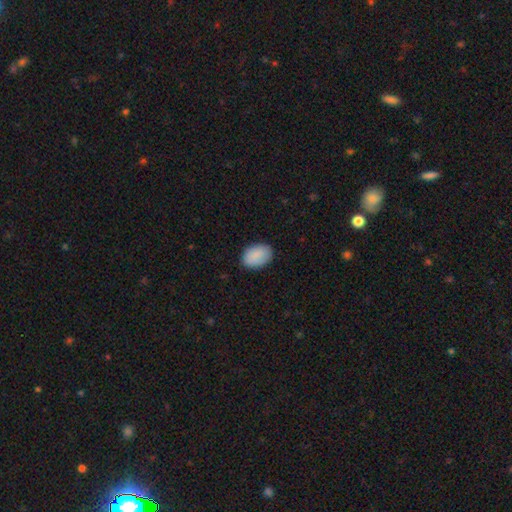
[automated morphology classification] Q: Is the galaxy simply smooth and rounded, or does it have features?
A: smooth — 89%.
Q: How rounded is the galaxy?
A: in between — 85%.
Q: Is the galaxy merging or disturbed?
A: none — 85%.